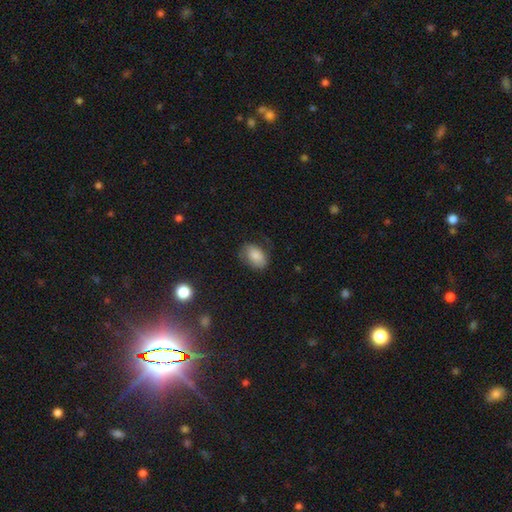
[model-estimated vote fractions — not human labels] Morphology: type=smooth (78%); roundness=in between (87%); merging=none (65%).